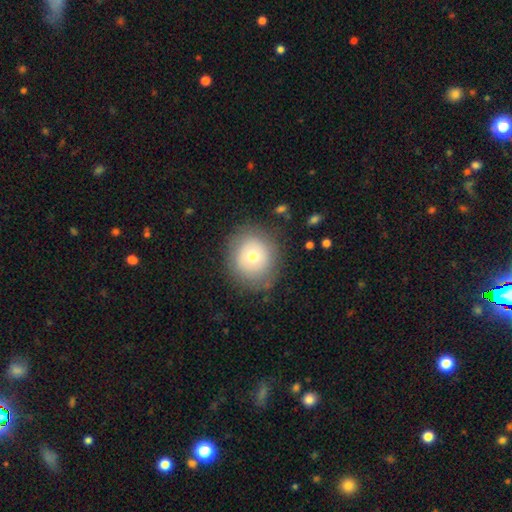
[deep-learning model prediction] smooth-or-featured: smooth: 62% | featured or disk: 27% | star or artifact: 11%
  how-rounded: round: 84% | in between: 15% | cigar-shaped: 1%
  merging: none: 82% | minor disturbance: 12% | major disturbance: 5% | merger: 1%